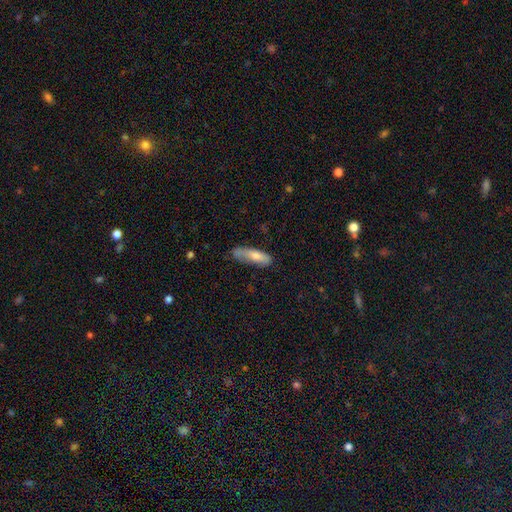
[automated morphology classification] Overall: smooth (67%). How rounded: cigar-shaped (55%; in between 43%). Merging: none (62%; minor disturbance 27%).